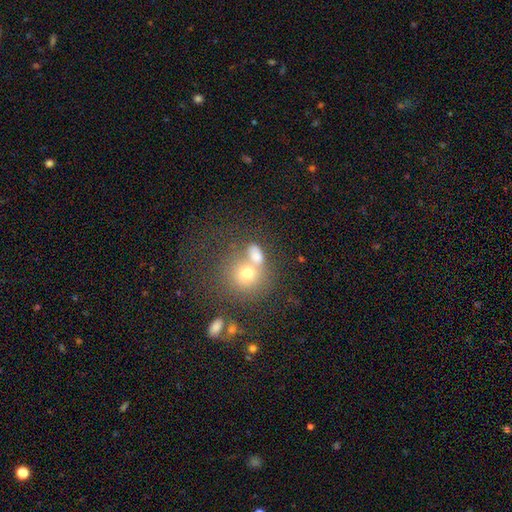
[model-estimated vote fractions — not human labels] Smooth or featured?
  - smooth: 70% *
  - featured or disk: 16%
  - star or artifact: 14%
How rounded?
  - round: 49% *
  - in between: 48%
  - cigar-shaped: 2%
Merging?
  - merger: 47% *
  - none: 36%
  - minor disturbance: 10%
  - major disturbance: 7%